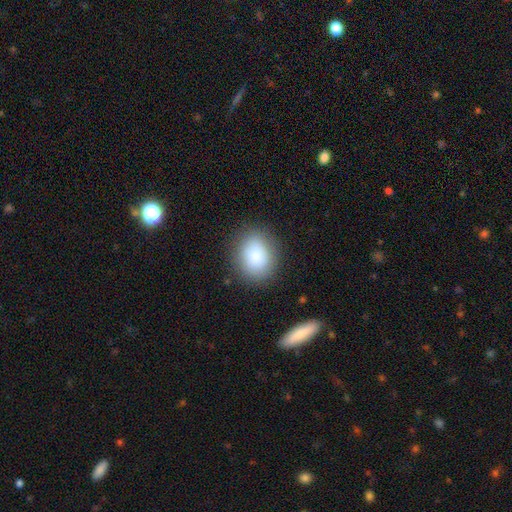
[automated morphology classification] This appears to be a smooth galaxy with no disk features (86%) that is round (53%). Merging: none (84%).